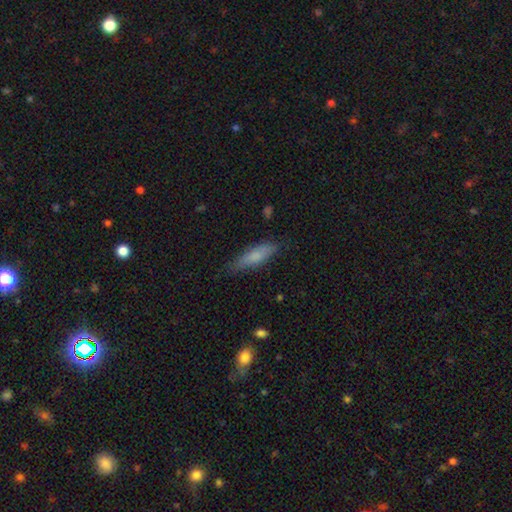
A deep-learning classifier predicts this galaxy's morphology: Smooth or featured? Predicted: smooth (p=0.75). How rounded? Predicted: cigar-shaped (p=0.61). Merging? Predicted: none (p=0.75).